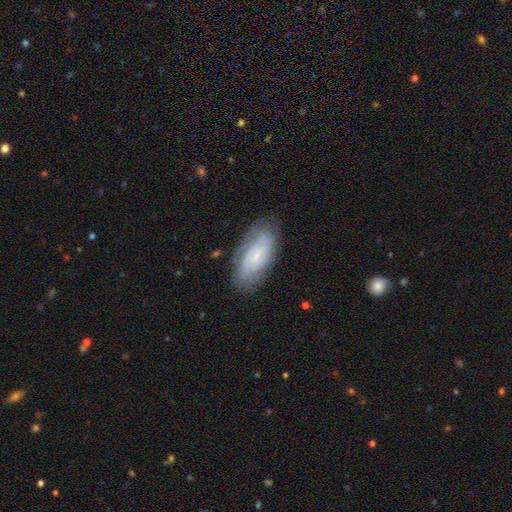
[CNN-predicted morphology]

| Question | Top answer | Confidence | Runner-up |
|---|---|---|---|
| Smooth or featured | featured or disk | 52% | smooth (39%) |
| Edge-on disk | no | 91% | yes (9%) |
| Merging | none | 76% | minor disturbance (18%) |